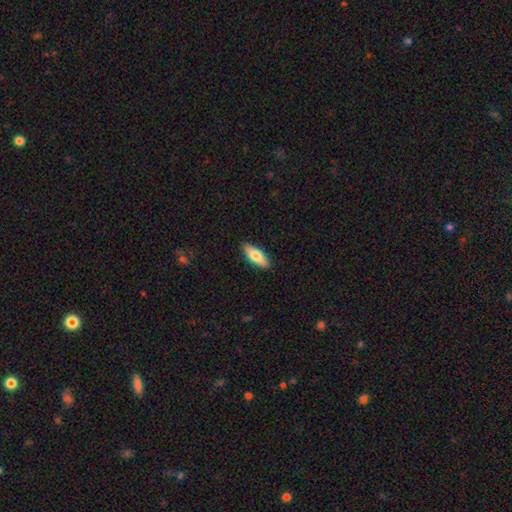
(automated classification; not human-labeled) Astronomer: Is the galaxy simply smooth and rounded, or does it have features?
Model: smooth — 77%.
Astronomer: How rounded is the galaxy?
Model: in between — 73%.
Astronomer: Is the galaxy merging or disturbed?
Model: none — 90%.